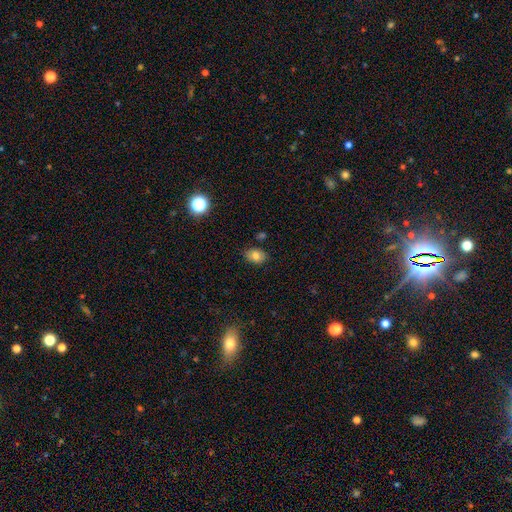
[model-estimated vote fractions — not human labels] Smooth or featured? Predicted: smooth (p=0.78). How rounded? Predicted: in between (p=0.69). Merging? Predicted: none (p=0.81).